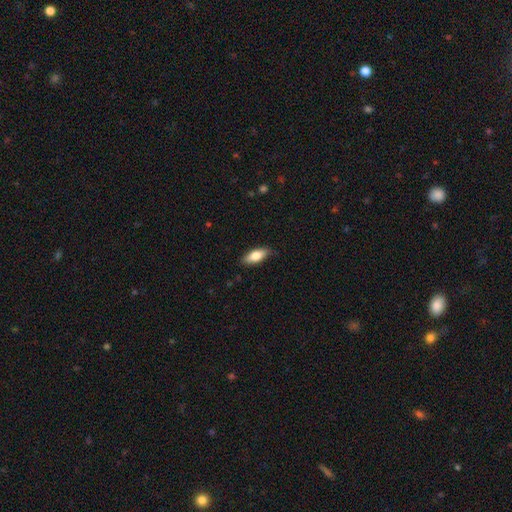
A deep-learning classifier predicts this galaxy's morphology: Overall: smooth (75%). How rounded: in between (75%). Merging: none (84%).